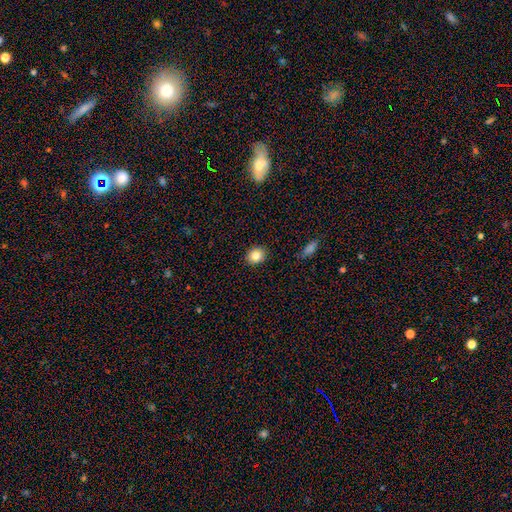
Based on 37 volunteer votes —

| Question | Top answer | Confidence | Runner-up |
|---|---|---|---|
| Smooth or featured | smooth | 81% | featured or disk (14%) |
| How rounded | in between | 57% | round (43%) |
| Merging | none | 83% | minor disturbance (14%) |